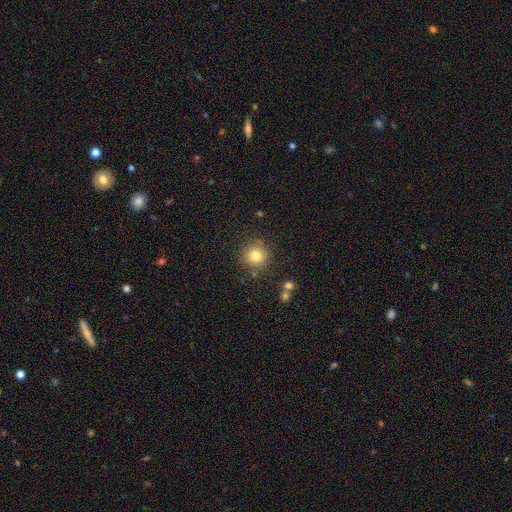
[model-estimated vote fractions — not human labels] A smooth galaxy with no disk features (80%) that is round (94%).

Vote fractions:
- Smooth or featured? smooth: 80% / star or artifact: 12% / featured or disk: 8%
- How rounded? round: 94% / in between: 5% / cigar-shaped: 1%
- Merging? none: 85% / minor disturbance: 9% / merger: 4% / major disturbance: 3%